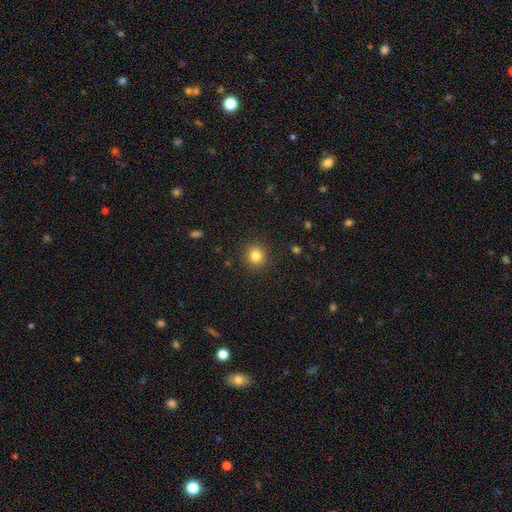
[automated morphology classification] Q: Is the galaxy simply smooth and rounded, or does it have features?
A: smooth — 82%.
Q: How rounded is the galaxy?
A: round — 89%.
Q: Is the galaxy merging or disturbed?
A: none — 90%.